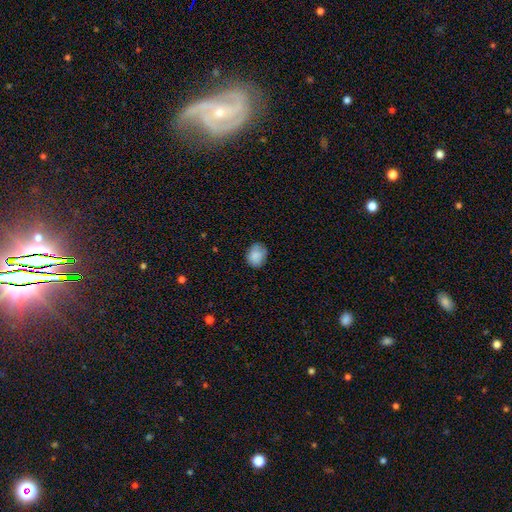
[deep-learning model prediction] smooth-or-featured: smooth: 85% | star or artifact: 8% | featured or disk: 8%
  how-rounded: round: 54% | in between: 45% | cigar-shaped: 1%
  merging: none: 73% | minor disturbance: 21% | major disturbance: 4% | merger: 1%